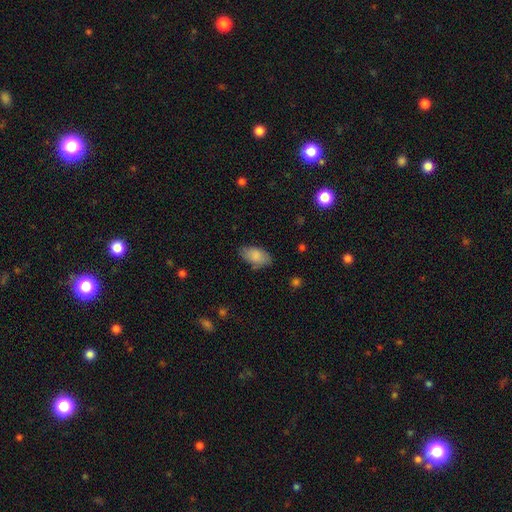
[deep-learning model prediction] A smooth galaxy with no disk features (85%) that is in between round and cigar-shaped (94%).

Vote fractions:
- Smooth or featured? smooth: 85% / featured or disk: 8% / star or artifact: 7%
- How rounded? in between: 94% / round: 4% / cigar-shaped: 2%
- Merging? none: 75% / minor disturbance: 19% / major disturbance: 4% / merger: 2%